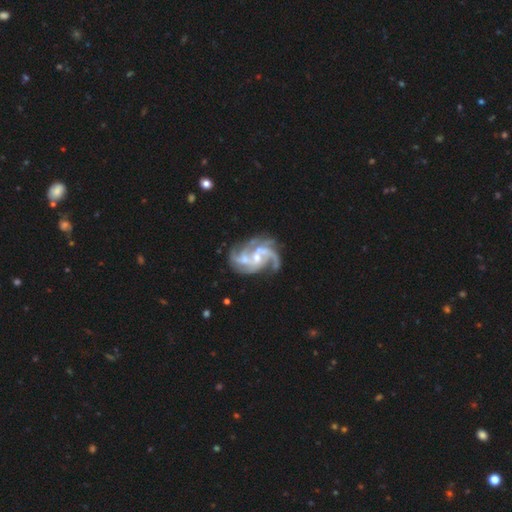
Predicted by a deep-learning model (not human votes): A featured or disk galaxy (90%) with no bar (48%), 3 (37%) medium (52%) spiral arms (98%) and a small central bulge (54%).

Vote fractions:
- Smooth or featured? featured or disk: 90% / star or artifact: 6% / smooth: 4%
- Edge-on disk? no: 98% / yes: 2%
- Bar? no: 48% / weak: 37% / strong: 15%
- Spiral arms? yes: 98% / no: 2%
- Spiral winding? medium: 52% / tight: 26% / loose: 23%
- Spiral arm count? 3: 37% / 2: 27% / can't tell: 12% / 4: 11% / more than 4: 7% / 1: 7%
- Bulge size? small: 54% / moderate: 39% / none: 3% / large: 2% / dominant: 1%
- Merging? none: 50% / merger: 18% / minor disturbance: 17% / major disturbance: 15%